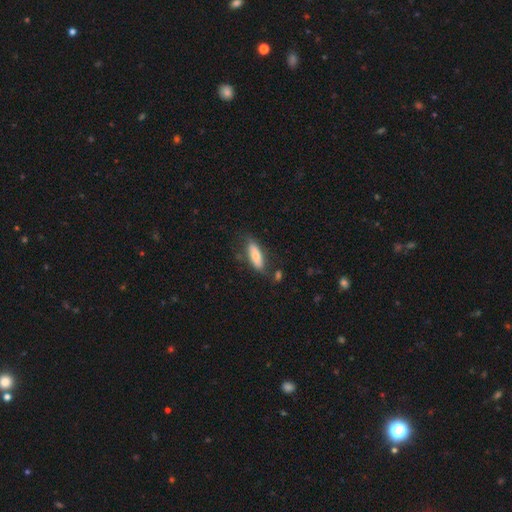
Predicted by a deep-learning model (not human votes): This appears to be a smooth galaxy with no disk features (71%) that is in between round and cigar-shaped (61%). Merging: none (62%).